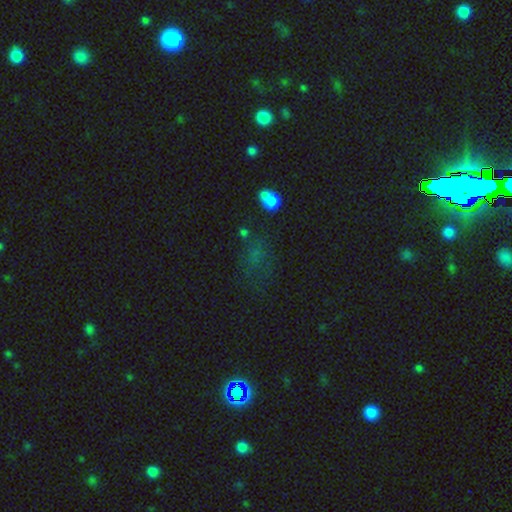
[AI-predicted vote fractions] Overall: star or artifact (44%; smooth 42%).